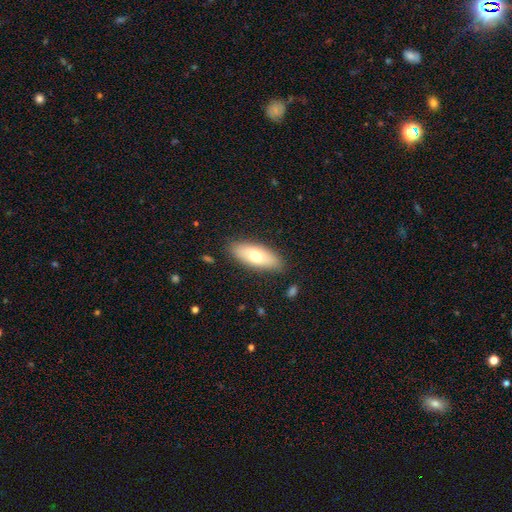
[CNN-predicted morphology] Overall: smooth (68%). How rounded: in between (77%). Merging: none (86%).